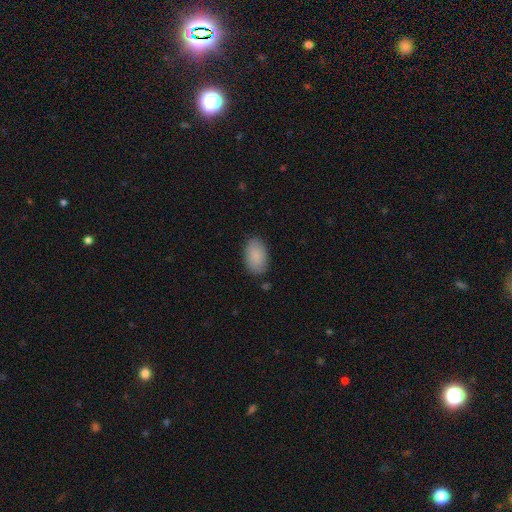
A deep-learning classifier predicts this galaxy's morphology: Smooth or featured?
  - smooth: 88% *
  - star or artifact: 6%
  - featured or disk: 6%
How rounded?
  - in between: 93% *
  - round: 6%
  - cigar-shaped: 1%
Merging?
  - none: 83% *
  - minor disturbance: 12%
  - major disturbance: 3%
  - merger: 1%